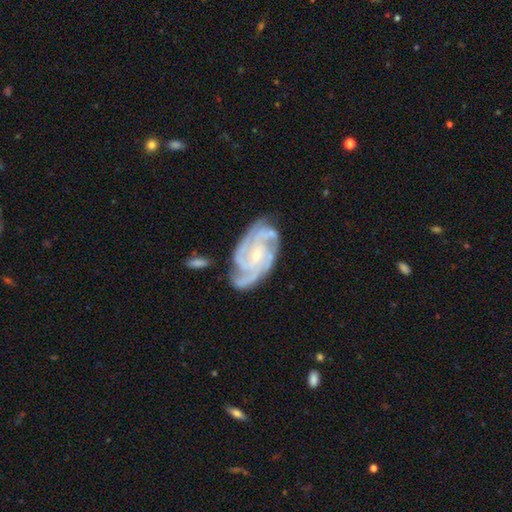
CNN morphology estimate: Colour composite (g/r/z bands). It shows a featured or disk galaxy (90%) with no bar (59%), 3 (42%) tight (64%) spiral arms (98%) and a small central bulge (72%). Merging: none (70%).